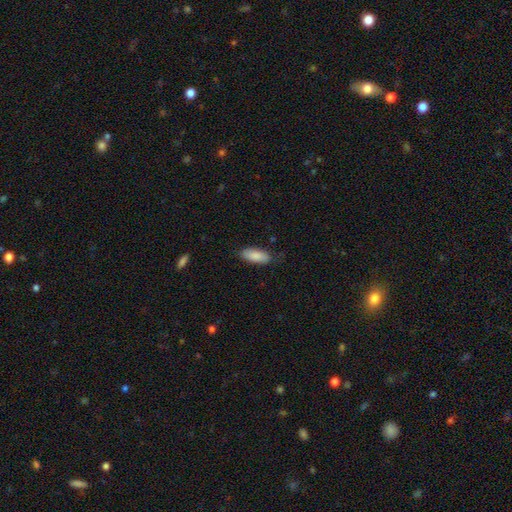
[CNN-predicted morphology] Smooth or featured? smooth (87%)
How rounded? in between (80%)
Merging? none (81%)